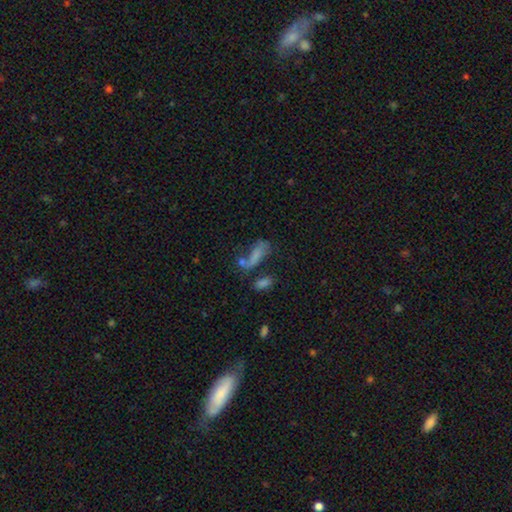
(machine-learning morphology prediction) A smooth galaxy with no disk features (65%) that is in between round and cigar-shaped (58%). Merging: none (32%, tied with merger).